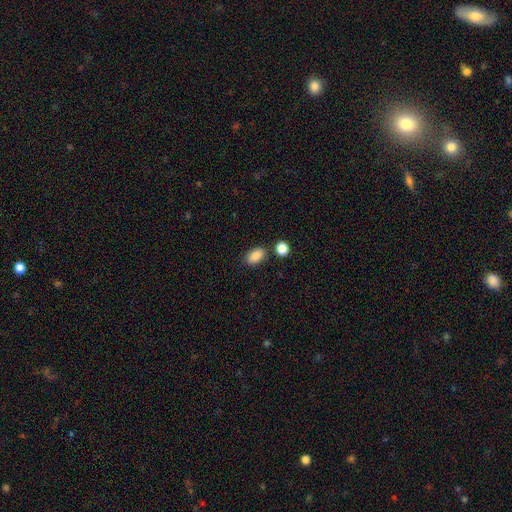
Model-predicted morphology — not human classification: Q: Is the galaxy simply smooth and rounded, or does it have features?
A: smooth — 88%.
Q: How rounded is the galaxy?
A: in between — 89%.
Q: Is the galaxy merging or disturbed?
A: none — 80%.